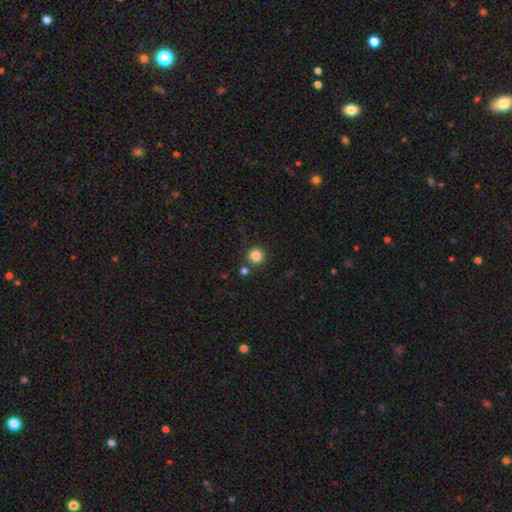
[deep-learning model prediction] smooth 84%, star or artifact 12%, featured or disk 4%. Down the decision tree: how rounded — round (94%); merging — none (83%).